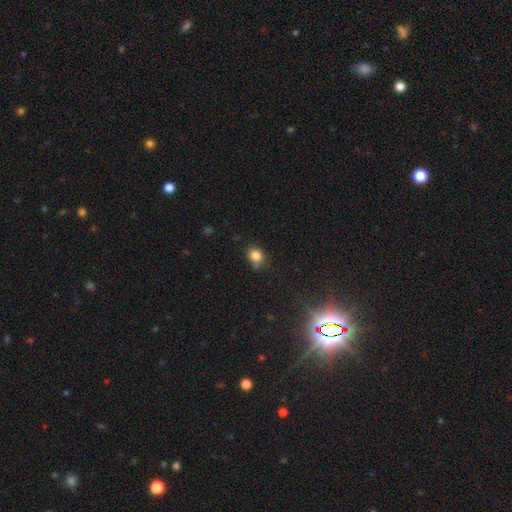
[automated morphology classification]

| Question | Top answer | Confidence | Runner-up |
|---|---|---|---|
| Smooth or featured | smooth | 82% | star or artifact (12%) |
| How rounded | round | 68% | in between (31%) |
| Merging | none | 62% | minor disturbance (26%) |